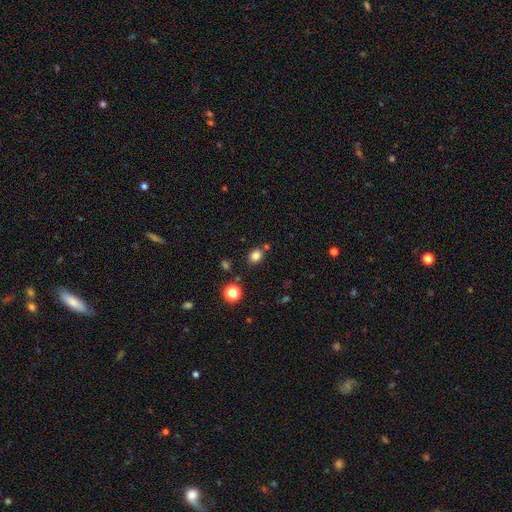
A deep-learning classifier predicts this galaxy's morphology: type=smooth (81%); roundness=round (58%); merging=none (79%).